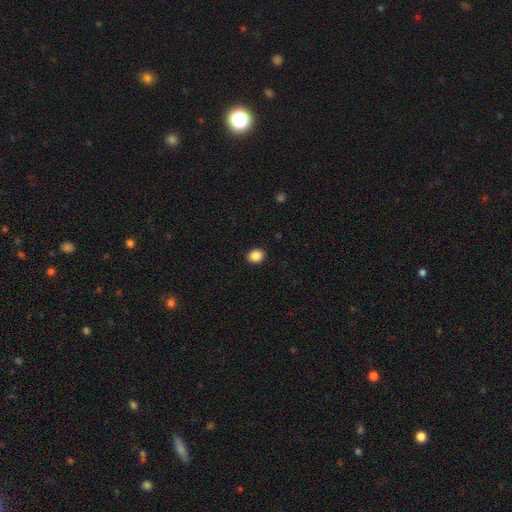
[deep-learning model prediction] A smooth galaxy with no disk features (88%) that is round (63%). Merging: none (92%).